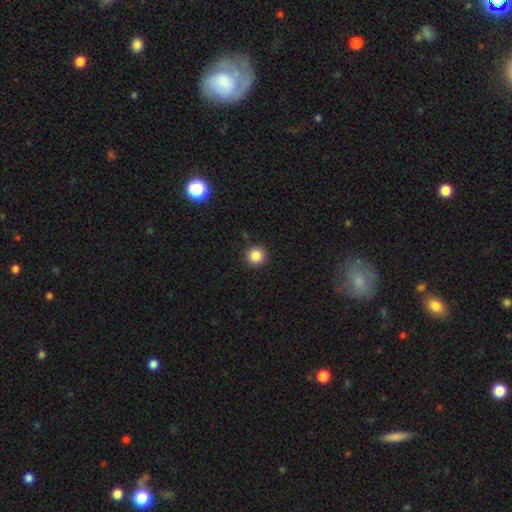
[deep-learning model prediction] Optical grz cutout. It shows a smooth galaxy with no disk features (85%) that is round (95%). Merging: none (90%).